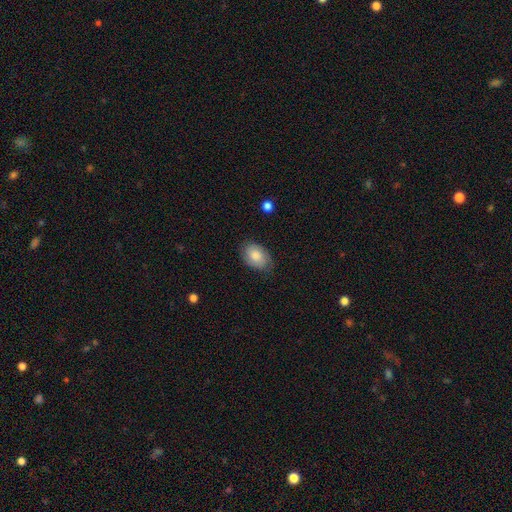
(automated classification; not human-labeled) The model was most divided on "smooth or featured": smooth: 72%, featured or disk: 21%, star or artifact: 7%. More confident: how rounded — in between (86%); merging — none (76%).